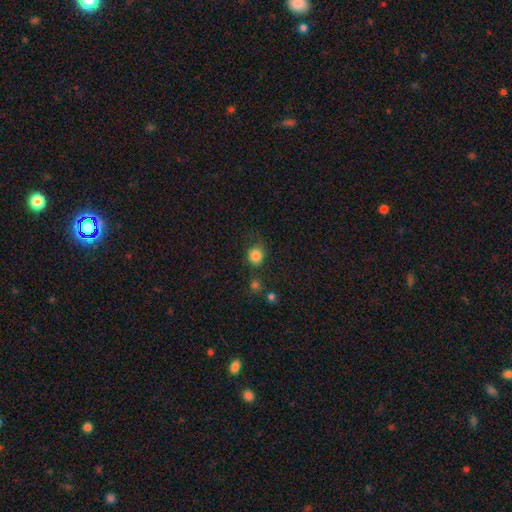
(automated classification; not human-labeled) Smooth or featured?
  - smooth: 84% *
  - star or artifact: 11%
  - featured or disk: 5%
How rounded?
  - round: 83% *
  - in between: 16%
  - cigar-shaped: 1%
Merging?
  - none: 70% *
  - minor disturbance: 18%
  - major disturbance: 6%
  - merger: 6%